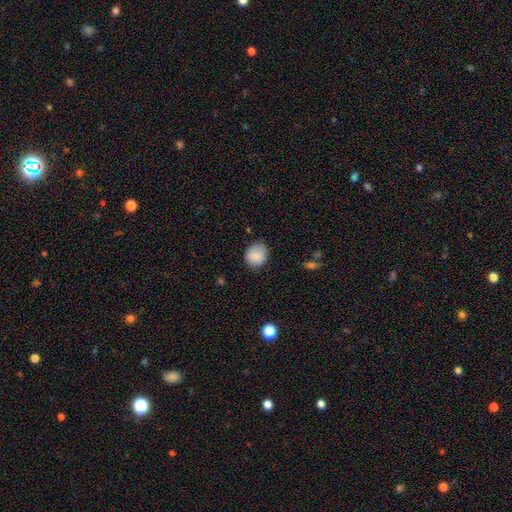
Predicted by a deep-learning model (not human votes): smooth 85%, star or artifact 8%, featured or disk 6%. Down the decision tree: how rounded — round (78%); merging — none (78%).